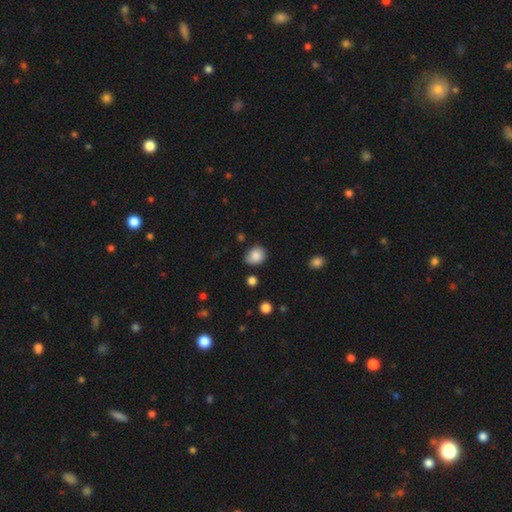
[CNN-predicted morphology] A smooth galaxy with no disk features (84%) that is in between round and cigar-shaped (51%). Merging: none (69%).